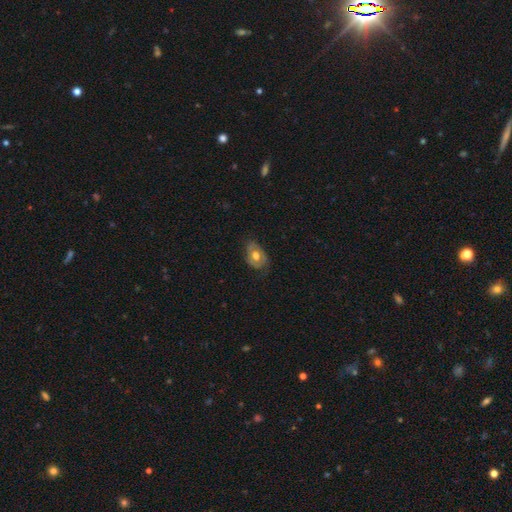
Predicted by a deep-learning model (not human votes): A smooth galaxy with no disk features (48%). Merging: none (65%).